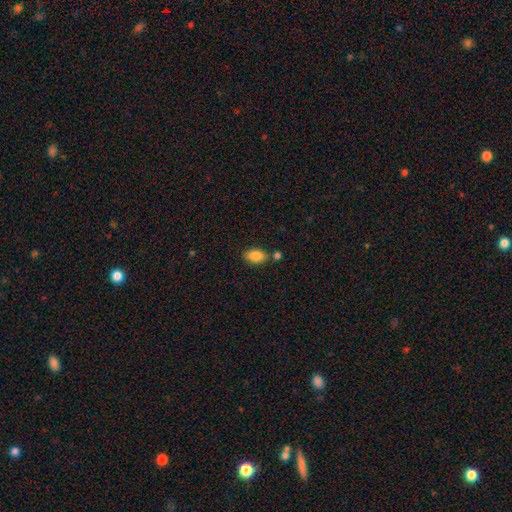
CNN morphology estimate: smooth_or_featured: smooth (p=0.86) [alt: star or artifact p=0.08]
how_rounded: in between (p=0.90) [alt: round p=0.08]
merging: none (p=0.73) [alt: minor disturbance p=0.12]